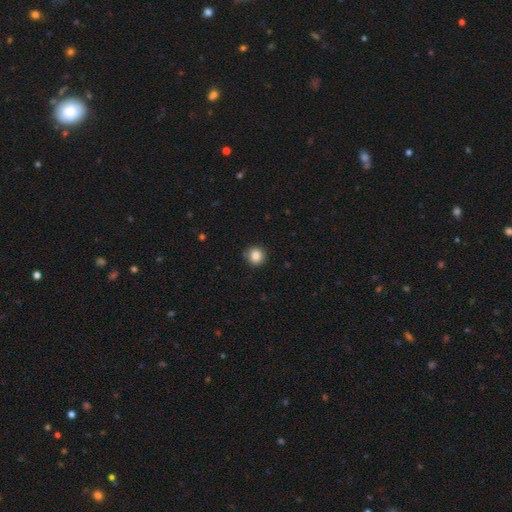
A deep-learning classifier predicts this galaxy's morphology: Smooth or featured: smooth — 85% (star or artifact — 10%)
How rounded: round — 93% (in between — 6%)
Merging: none — 88% (minor disturbance — 9%)